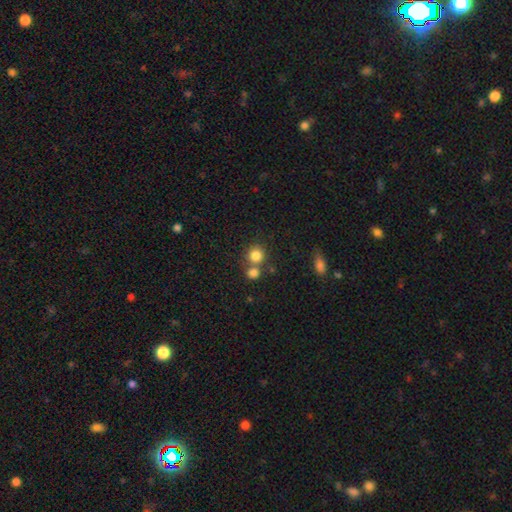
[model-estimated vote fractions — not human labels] The model was most divided on "merging": none: 55%, merger: 34%, minor disturbance: 8%, major disturbance: 3%. More confident: how rounded — round (89%); smooth or featured — smooth (81%).